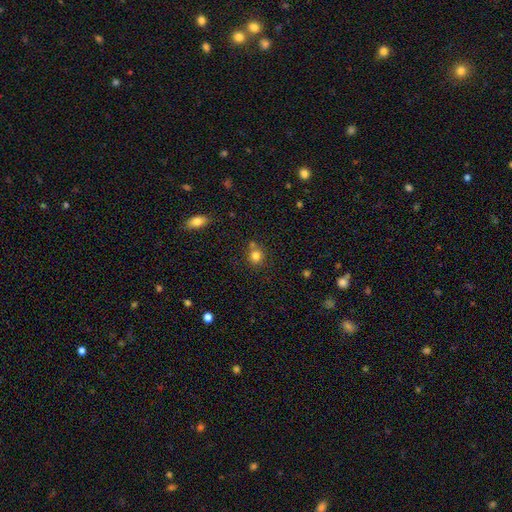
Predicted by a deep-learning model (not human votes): Smooth or featured? Predicted: smooth (p=0.80). How rounded? Predicted: round (p=0.84). Merging? Predicted: none (p=0.67).